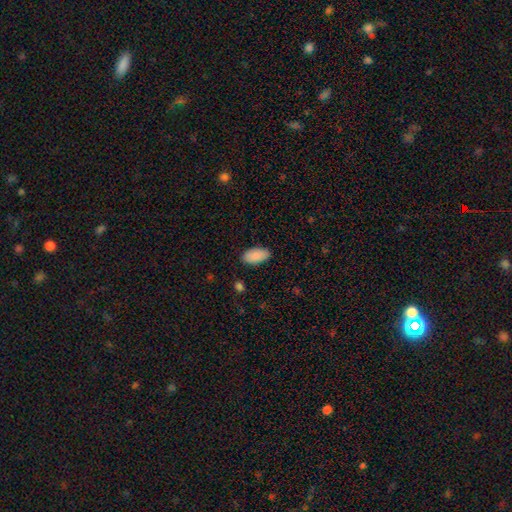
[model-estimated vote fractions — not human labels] Overall: smooth (90%). How rounded: in between (95%). Merging: none (86%).